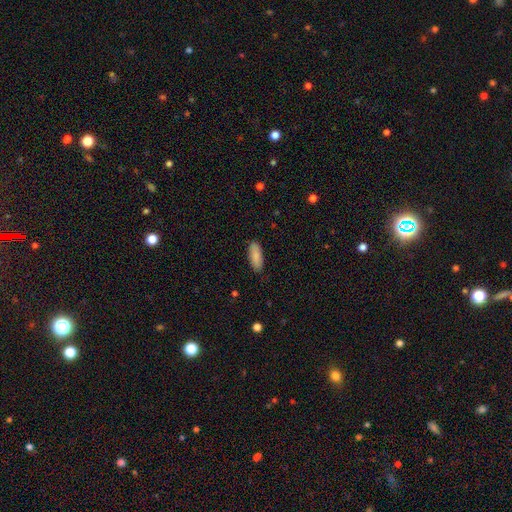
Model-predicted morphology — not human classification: This appears to be a smooth galaxy with no disk features (88%) that is in between round and cigar-shaped (68%). Merging: none (88%).